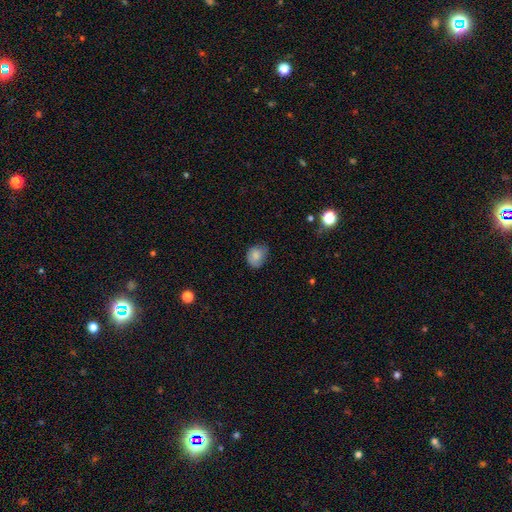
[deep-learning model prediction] This appears to be a smooth galaxy with no disk features (81%) that is round (55%). Merging: none (59%).